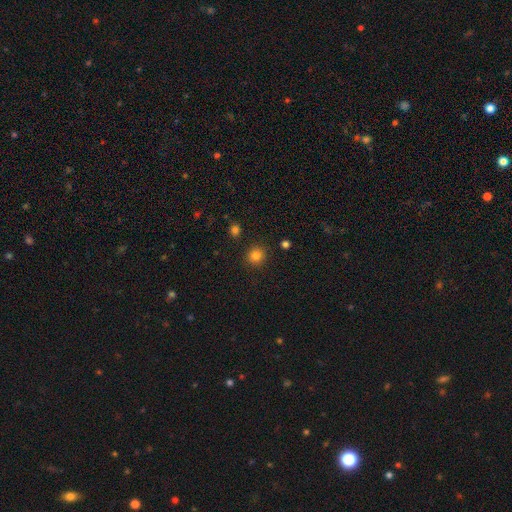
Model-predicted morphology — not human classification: Smooth or featured: smooth — 83% (star or artifact — 13%)
How rounded: round — 90% (in between — 9%)
Merging: none — 89% (minor disturbance — 7%)